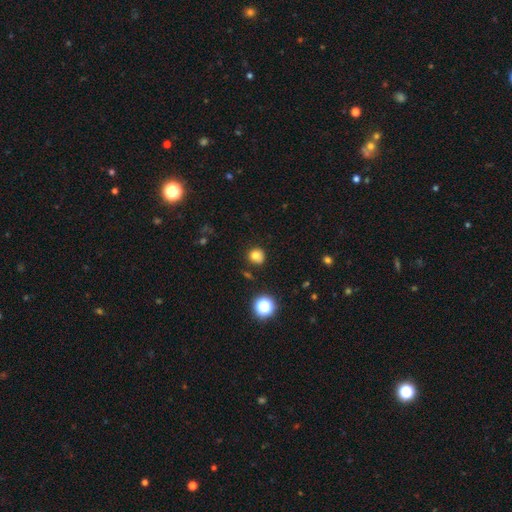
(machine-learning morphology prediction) Q: Smooth or featured?
A: smooth (78%); runner-up: star or artifact (14%)
Q: How rounded?
A: round (88%); runner-up: in between (11%)
Q: Merging?
A: none (83%); runner-up: minor disturbance (11%)